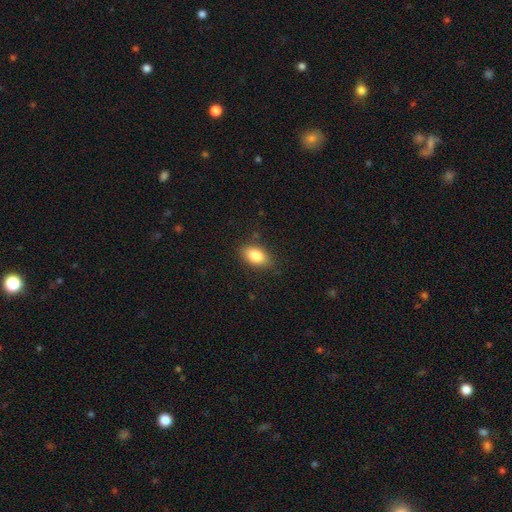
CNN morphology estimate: Smooth or featured? smooth (83%)
How rounded? in between (89%)
Merging? none (84%)